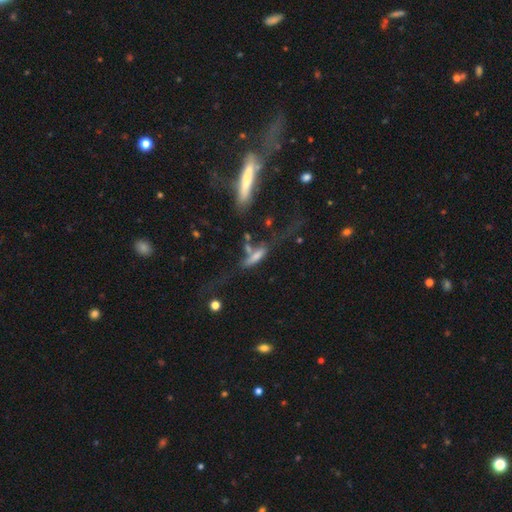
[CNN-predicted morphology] smooth-or-featured: smooth: 57% | featured or disk: 33% | star or artifact: 10%
  how-rounded: cigar-shaped: 65% | in between: 31% | round: 4%
  merging: none: 33% | merger: 24% | major disturbance: 24% | minor disturbance: 18%